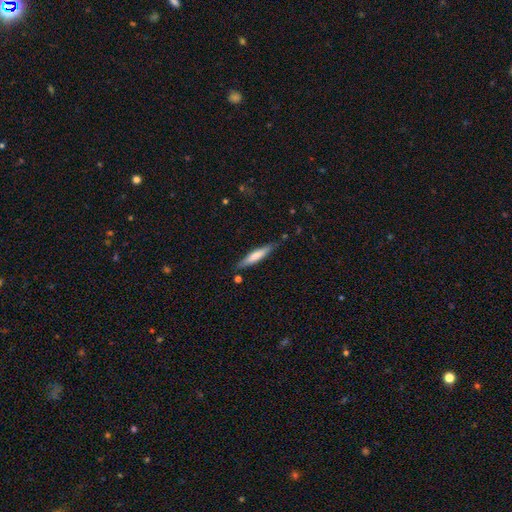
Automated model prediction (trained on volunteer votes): Smooth or featured? Predicted: smooth (p=0.63). How rounded? Predicted: cigar-shaped (p=0.88). Merging? Predicted: none (p=0.81).